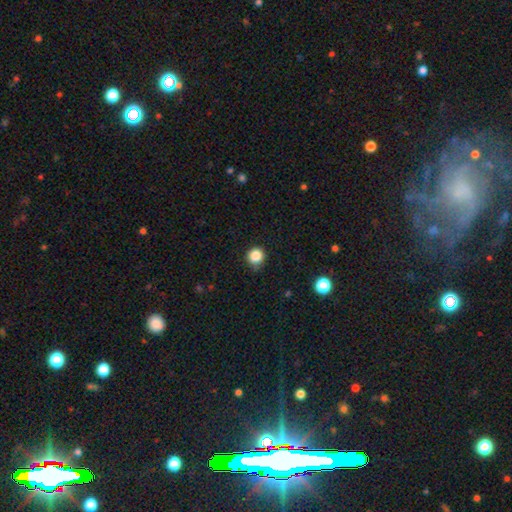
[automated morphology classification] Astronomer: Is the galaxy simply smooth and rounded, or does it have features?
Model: smooth — 85%.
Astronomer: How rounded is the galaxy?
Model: round — 94%.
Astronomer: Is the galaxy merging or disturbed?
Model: none — 84%.